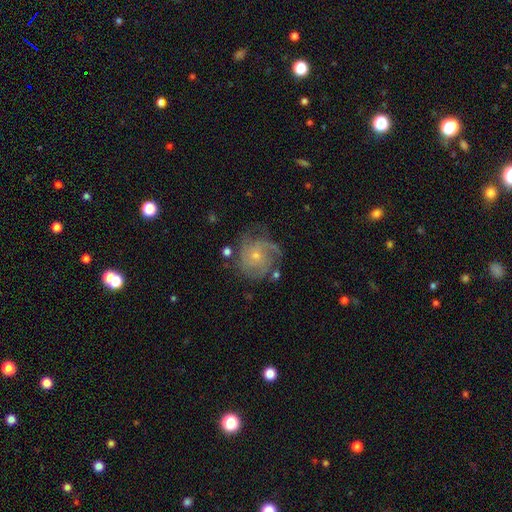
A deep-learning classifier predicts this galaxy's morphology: Smooth or featured? Predicted: featured or disk (p=0.76). Edge-on disk? Predicted: no (p=0.98). Bar? Predicted: no (p=0.80). Spiral arms? Predicted: yes (p=0.91). Spiral winding? Predicted: tight (p=0.47). Spiral arm count? Predicted: 3 (p=0.30). Bulge size? Predicted: small (p=0.72). Merging? Predicted: none (p=0.63).